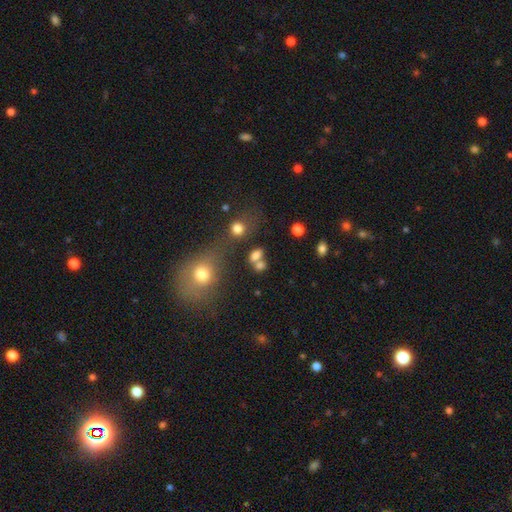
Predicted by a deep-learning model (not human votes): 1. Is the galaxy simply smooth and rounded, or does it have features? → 74% smooth, 15% star or artifact, 11% featured or disk.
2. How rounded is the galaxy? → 64% in between, 33% round, 3% cigar-shaped.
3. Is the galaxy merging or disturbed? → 41% none, 40% merger, 12% minor disturbance, 7% major disturbance.